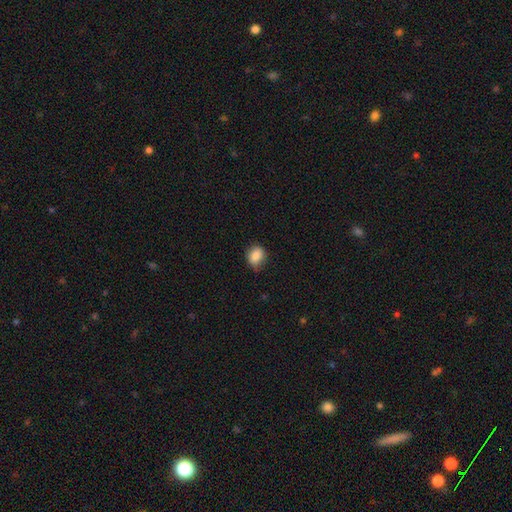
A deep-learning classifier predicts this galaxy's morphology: A smooth galaxy with no disk features (85%) that is round (52%).

Vote fractions:
- Smooth or featured? smooth: 85% / star or artifact: 9% / featured or disk: 6%
- How rounded? round: 52% / in between: 47% / cigar-shaped: 1%
- Merging? none: 71% / minor disturbance: 24% / major disturbance: 4% / merger: 1%